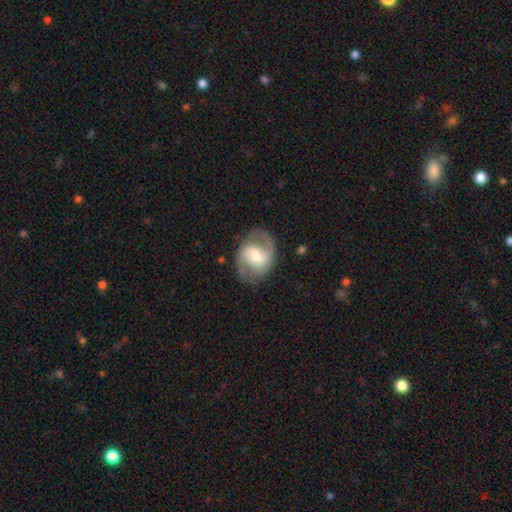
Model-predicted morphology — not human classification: Smooth or featured?
  - featured or disk: 77% *
  - smooth: 17%
  - star or artifact: 6%
Edge-on disk?
  - no: 97% *
  - yes: 3%
Bar?
  - weak: 48% *
  - no: 31%
  - strong: 21%
Spiral arms?
  - yes: 92% *
  - no: 8%
Spiral winding?
  - medium: 52% *
  - loose: 29%
  - tight: 19%
Spiral arm count?
  - 2: 88% *
  - can't tell: 5%
  - 1: 3%
  - 3: 1%
  - 4: 1%
  - more than 4: 1%
Bulge size?
  - moderate: 53% *
  - small: 34%
  - large: 9%
  - none: 2%
  - dominant: 1%
Merging?
  - none: 76% *
  - minor disturbance: 15%
  - major disturbance: 8%
  - merger: 1%